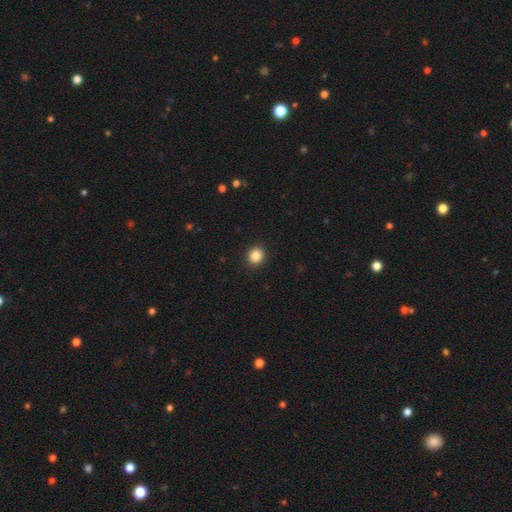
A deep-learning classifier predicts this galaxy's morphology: smooth 86%, star or artifact 10%, featured or disk 4%. Down the decision tree: how rounded — round (86%); merging — none (92%).